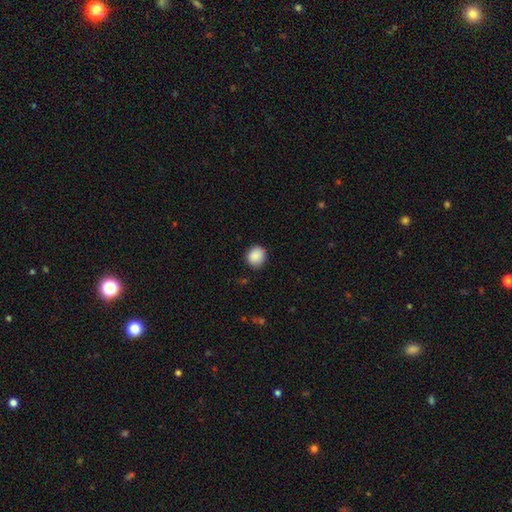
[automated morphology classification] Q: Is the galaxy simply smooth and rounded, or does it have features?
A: smooth — 89%.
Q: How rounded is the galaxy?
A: round — 81%.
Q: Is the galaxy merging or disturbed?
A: none — 86%.